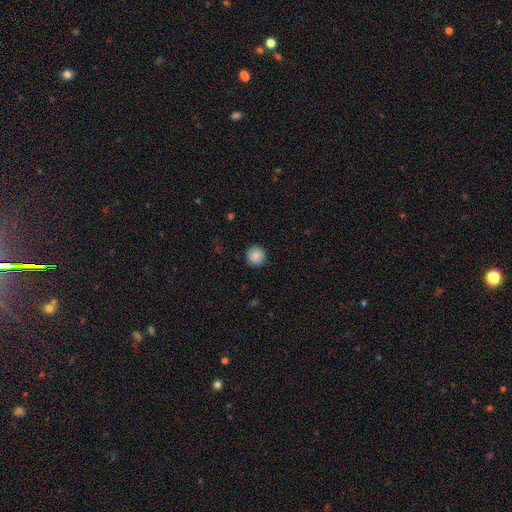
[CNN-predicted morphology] smooth 88%, star or artifact 9%, featured or disk 3%. Down the decision tree: how rounded — round (95%); merging — none (91%).